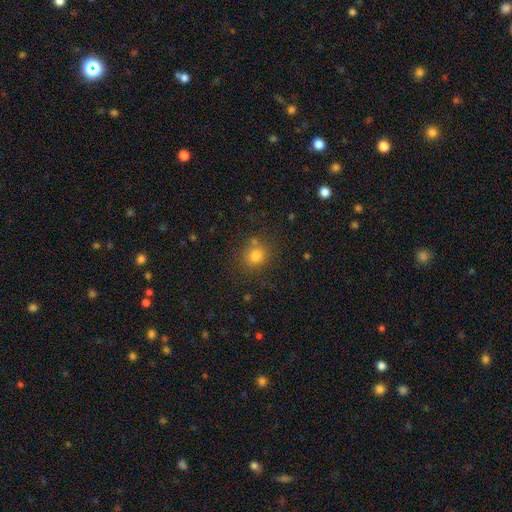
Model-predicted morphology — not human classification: Smooth or featured: smooth — 78% (star or artifact — 16%)
How rounded: round — 82% (in between — 17%)
Merging: none — 78% (minor disturbance — 11%)